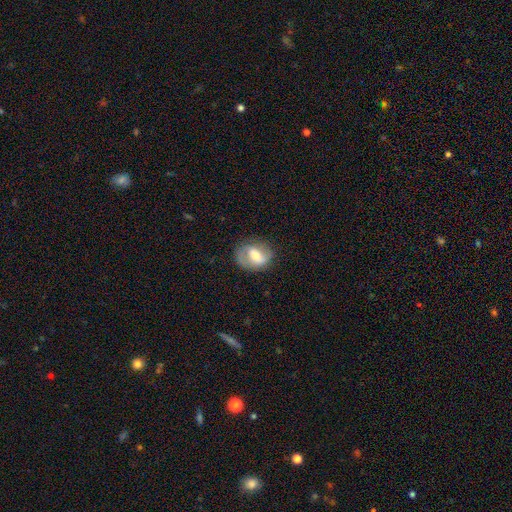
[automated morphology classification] A featured or disk galaxy (66%) with a weak bar (42%), spiral arms (79%) and a moderate central bulge (58%). Merging: none (75%).